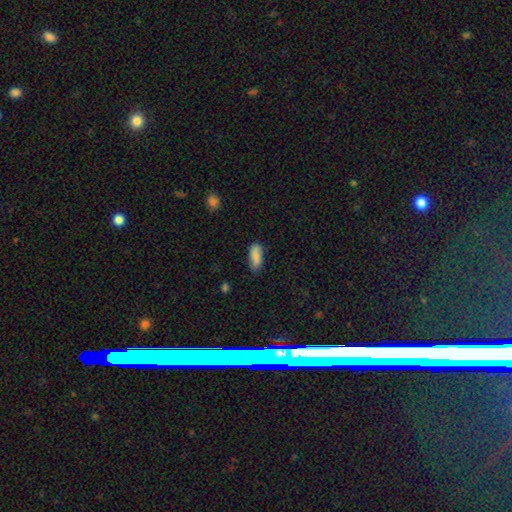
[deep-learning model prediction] Morphology: type=smooth (85%); roundness=in between (80%); merging=none (75%).